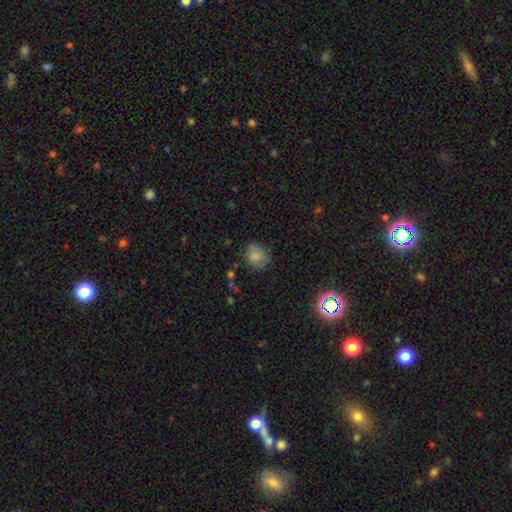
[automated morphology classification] Smooth or featured: smooth — 74% (featured or disk — 15%)
How rounded: round — 60% (in between — 39%)
Merging: none — 64% (minor disturbance — 24%)